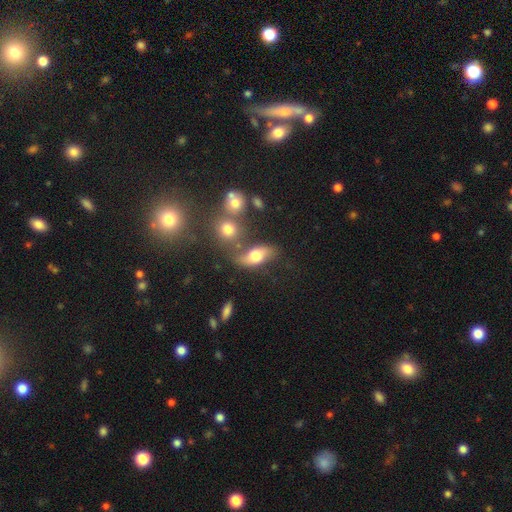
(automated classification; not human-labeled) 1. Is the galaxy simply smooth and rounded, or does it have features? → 56% smooth, 35% featured or disk, 9% star or artifact.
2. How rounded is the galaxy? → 80% in between, 10% round, 10% cigar-shaped.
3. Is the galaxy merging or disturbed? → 53% none, 21% minor disturbance, 17% merger, 10% major disturbance.